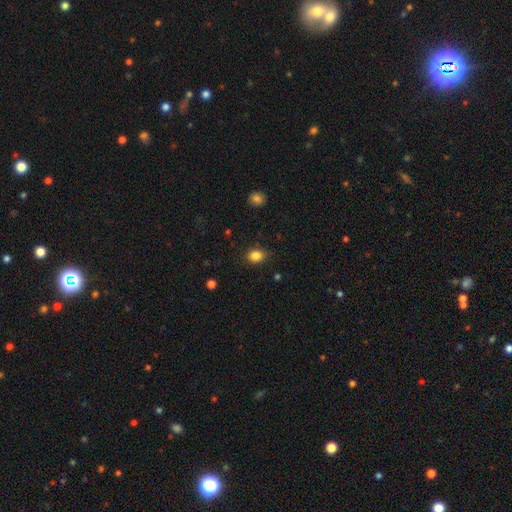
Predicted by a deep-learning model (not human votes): Smooth or featured: smooth — 85% (star or artifact — 10%)
How rounded: in between — 54% (round — 45%)
Merging: none — 84% (minor disturbance — 12%)